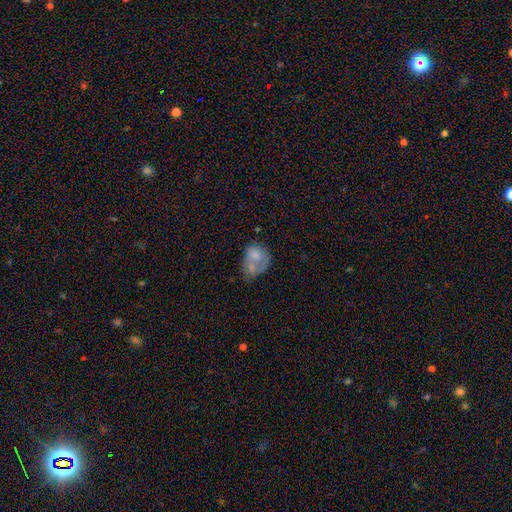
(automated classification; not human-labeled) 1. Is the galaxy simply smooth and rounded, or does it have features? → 66% smooth, 26% featured or disk, 9% star or artifact.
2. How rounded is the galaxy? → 57% in between, 42% round, 1% cigar-shaped.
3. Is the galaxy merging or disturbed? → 41% merger, 24% none, 18% minor disturbance, 18% major disturbance.